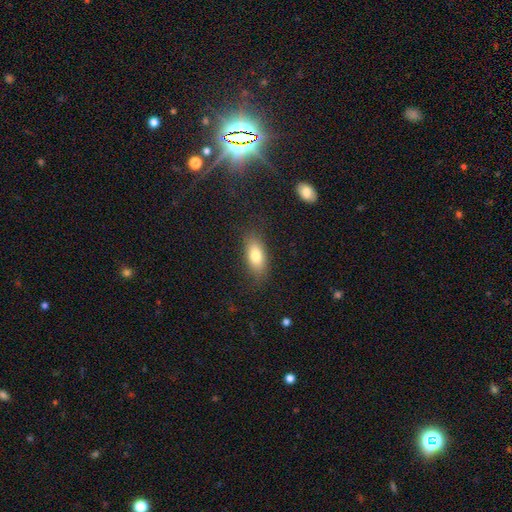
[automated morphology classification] Overall: smooth (78%). How rounded: in between (85%). Merging: none (81%).